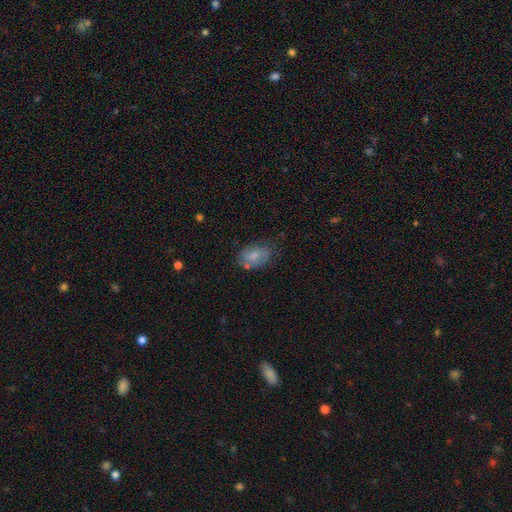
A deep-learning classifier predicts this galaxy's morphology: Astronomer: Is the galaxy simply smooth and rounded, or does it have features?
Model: smooth — 64%.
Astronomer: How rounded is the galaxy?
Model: in between — 86%.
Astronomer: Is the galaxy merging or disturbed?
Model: none — 59%.